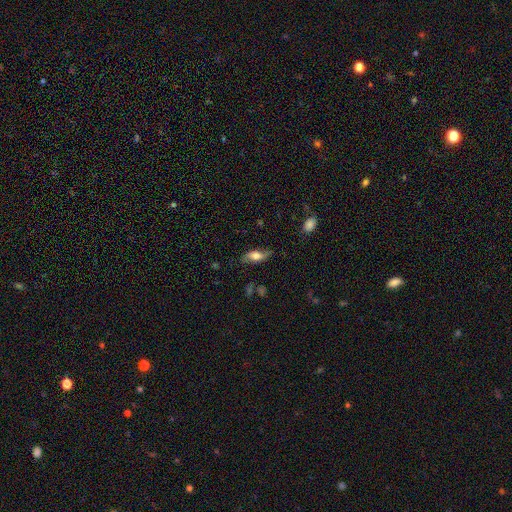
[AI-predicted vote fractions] Smooth or featured? Predicted: smooth (p=0.49). Merging? Predicted: none (p=0.72).